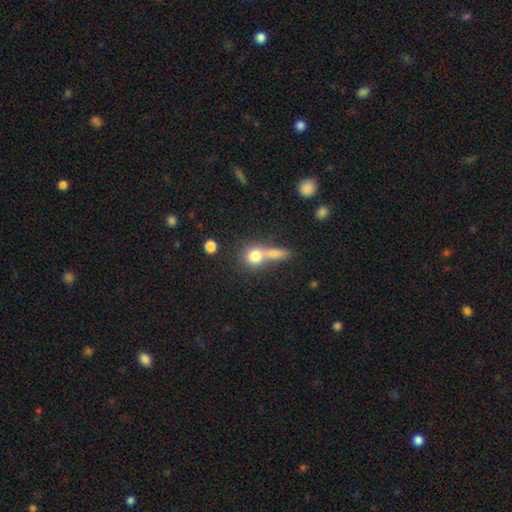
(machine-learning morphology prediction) type=smooth (77%); roundness=round (75%); merging=merger (46%).